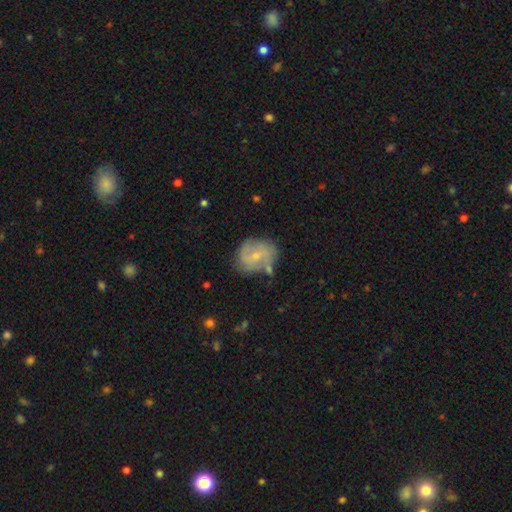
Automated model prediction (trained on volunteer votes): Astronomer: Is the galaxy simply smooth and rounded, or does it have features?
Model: featured or disk — 57% (runner-up: smooth, 36%).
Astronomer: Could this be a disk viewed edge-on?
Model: no — 97%.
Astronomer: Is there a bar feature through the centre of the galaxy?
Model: weak — 50% (runner-up: no, 38%).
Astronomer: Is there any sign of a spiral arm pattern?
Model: yes — 78%.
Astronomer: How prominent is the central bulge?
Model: small — 64%.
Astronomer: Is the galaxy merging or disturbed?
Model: none — 63%.